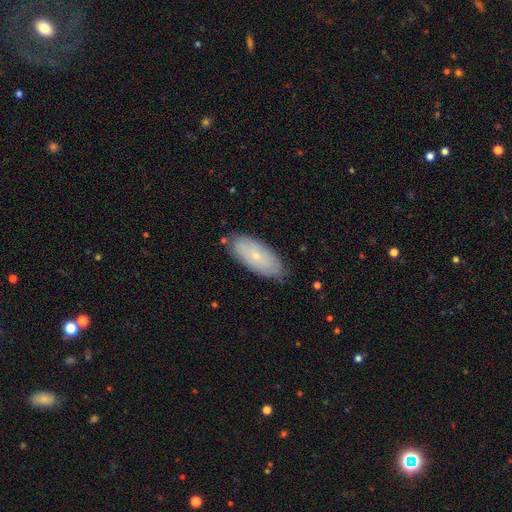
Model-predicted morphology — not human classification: A smooth galaxy with no disk features (63%) that is in between round and cigar-shaped (85%).

Vote fractions:
- Smooth or featured? smooth: 63% / featured or disk: 30% / star or artifact: 7%
- How rounded? in between: 85% / cigar-shaped: 12% / round: 3%
- Merging? none: 80% / minor disturbance: 15% / major disturbance: 3% / merger: 2%